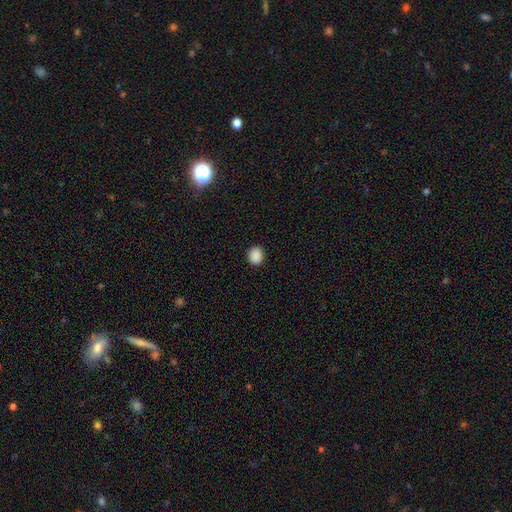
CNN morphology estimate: Smooth or featured: smooth — 89% (star or artifact — 9%)
How rounded: round — 70% (in between — 29%)
Merging: none — 90% (minor disturbance — 7%)